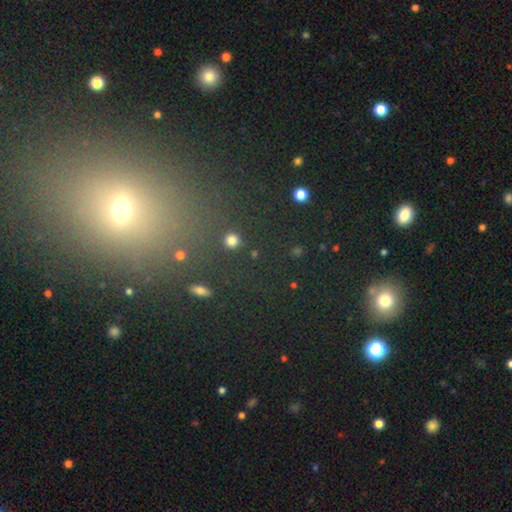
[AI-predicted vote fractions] This appears to be a star or artifact, not a galaxy (49%).